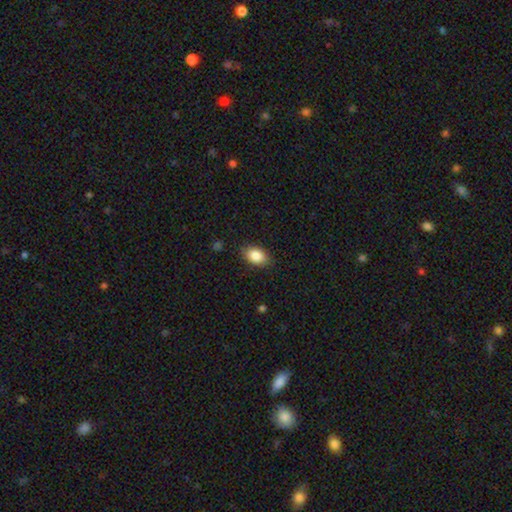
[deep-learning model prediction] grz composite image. It shows a smooth galaxy with no disk features (87%) that is in between round and cigar-shaped (88%). Merging: none (84%).